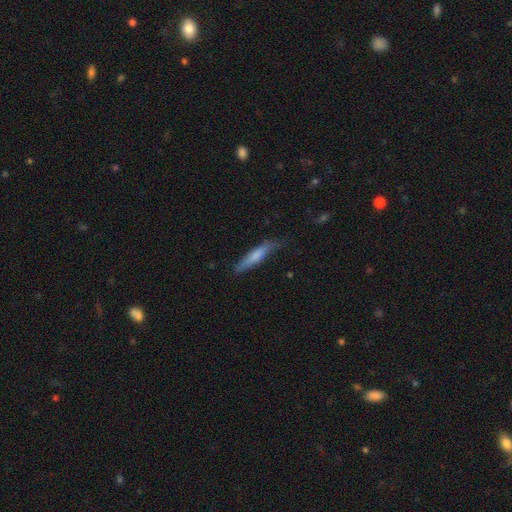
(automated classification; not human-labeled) This appears to be a smooth galaxy with no disk features (68%) that is cigar-shaped (88%). Merging: none (71%).